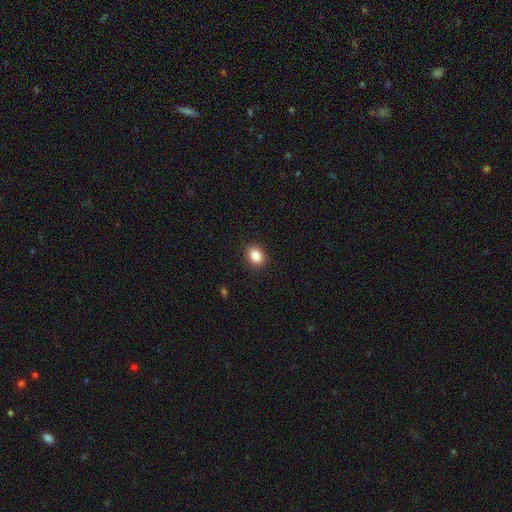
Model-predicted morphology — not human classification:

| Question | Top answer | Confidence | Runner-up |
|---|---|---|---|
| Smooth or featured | smooth | 85% | star or artifact (10%) |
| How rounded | in between | 55% | round (44%) |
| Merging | none | 89% | minor disturbance (8%) |